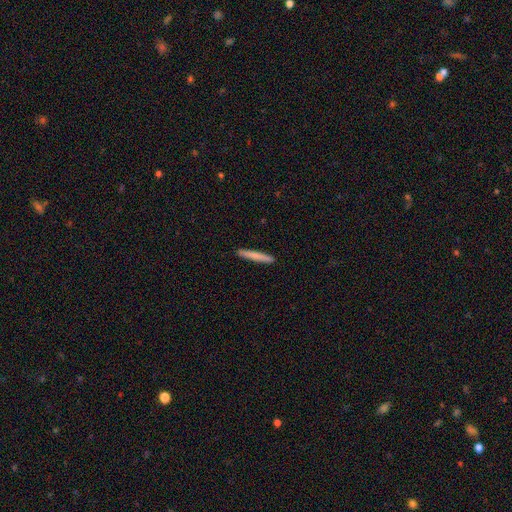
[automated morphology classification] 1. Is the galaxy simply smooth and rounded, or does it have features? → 76% smooth, 18% featured or disk, 5% star or artifact.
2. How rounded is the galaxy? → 96% cigar-shaped, 2% in between, 1% round.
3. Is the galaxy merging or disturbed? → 92% none, 5% minor disturbance, 1% major disturbance, 1% merger.